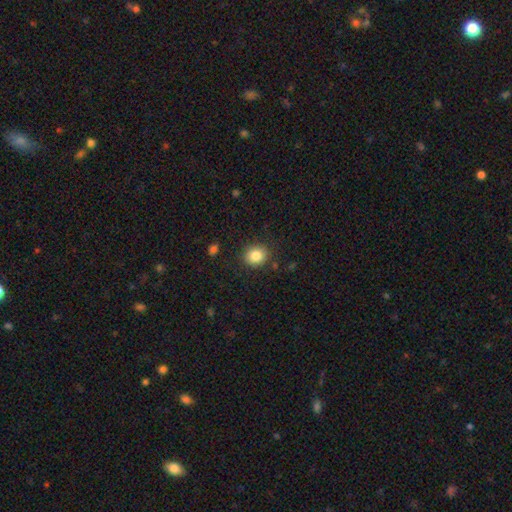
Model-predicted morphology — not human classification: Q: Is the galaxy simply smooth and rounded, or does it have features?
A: smooth — 84%.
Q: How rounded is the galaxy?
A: round — 74%.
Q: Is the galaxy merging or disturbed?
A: none — 87%.